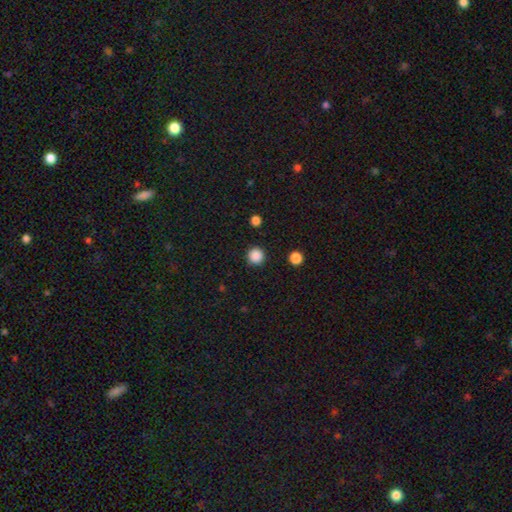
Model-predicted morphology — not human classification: Smooth or featured: smooth — 87% (star or artifact — 10%)
How rounded: round — 95% (in between — 4%)
Merging: none — 92% (minor disturbance — 5%)